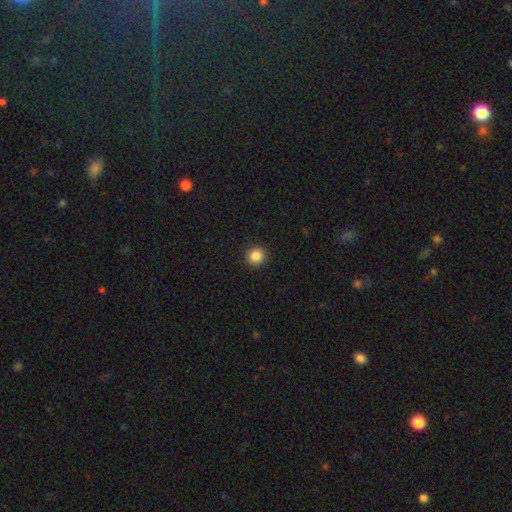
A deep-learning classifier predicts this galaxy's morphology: type=smooth (86%); roundness=round (93%); merging=none (93%).